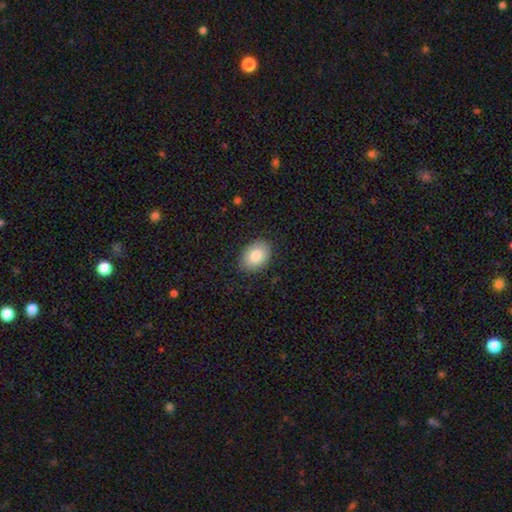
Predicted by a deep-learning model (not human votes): Smooth or featured?
  - smooth: 84% *
  - featured or disk: 9%
  - star or artifact: 7%
How rounded?
  - in between: 77% *
  - round: 22%
  - cigar-shaped: 1%
Merging?
  - none: 85% *
  - minor disturbance: 11%
  - major disturbance: 3%
  - merger: 1%